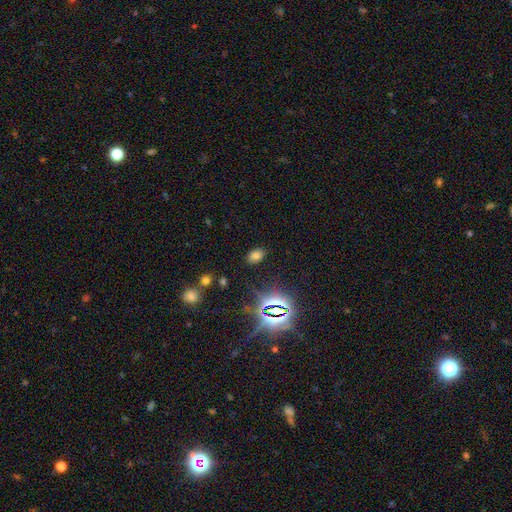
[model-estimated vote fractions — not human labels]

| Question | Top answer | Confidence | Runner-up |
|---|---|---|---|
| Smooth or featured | smooth | 63% | star or artifact (29%) |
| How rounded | in between | 85% | round (14%) |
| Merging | none | 84% | minor disturbance (10%) |